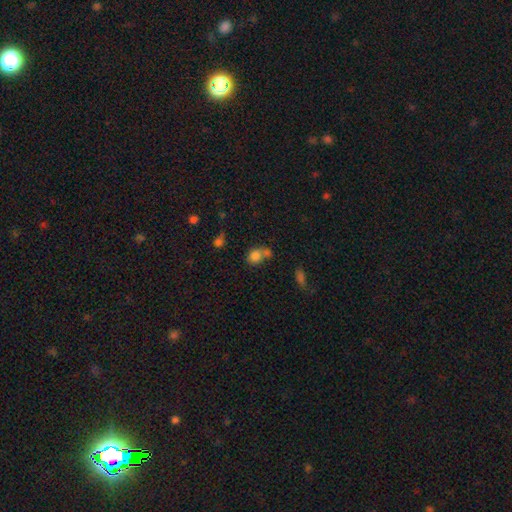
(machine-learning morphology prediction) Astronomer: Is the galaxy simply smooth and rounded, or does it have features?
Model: smooth — 80%.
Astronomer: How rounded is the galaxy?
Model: round — 62%.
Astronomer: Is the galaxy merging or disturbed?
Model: merger — 42% (runner-up: none, 41%).